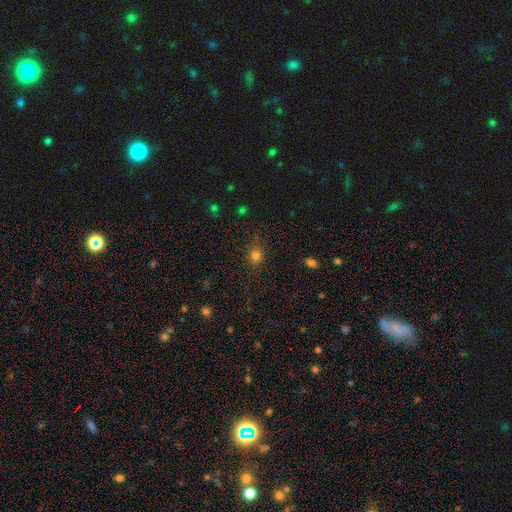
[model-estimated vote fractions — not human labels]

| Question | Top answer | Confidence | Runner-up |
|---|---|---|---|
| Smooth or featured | smooth | 77% | star or artifact (17%) |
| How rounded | round | 68% | in between (31%) |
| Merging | none | 83% | minor disturbance (12%) |